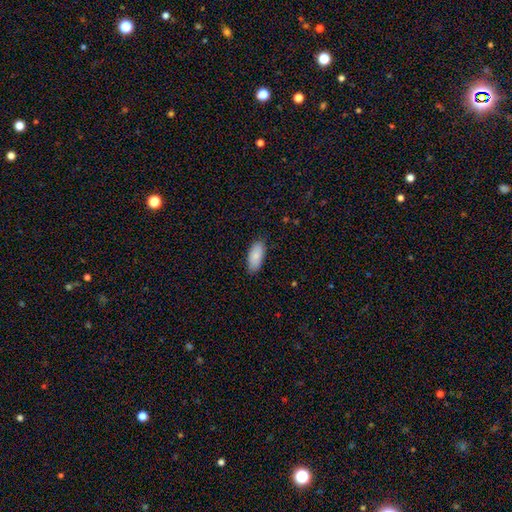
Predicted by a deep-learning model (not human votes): Smooth or featured: smooth — 85% (featured or disk — 8%)
How rounded: in between — 90% (cigar-shaped — 8%)
Merging: none — 84% (minor disturbance — 13%)